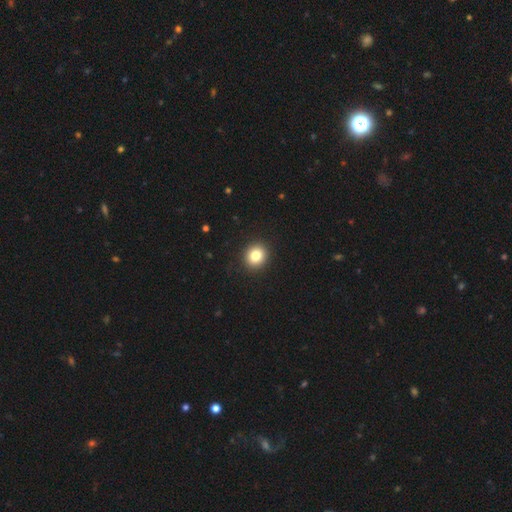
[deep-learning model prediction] Overall: smooth (82%). How rounded: round (79%). Merging: none (92%).